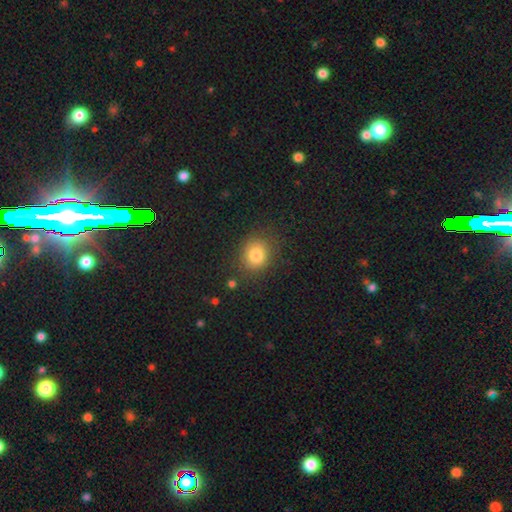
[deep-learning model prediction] This appears to be a smooth galaxy with no disk features (78%) that is round (73%). Merging: none (86%).